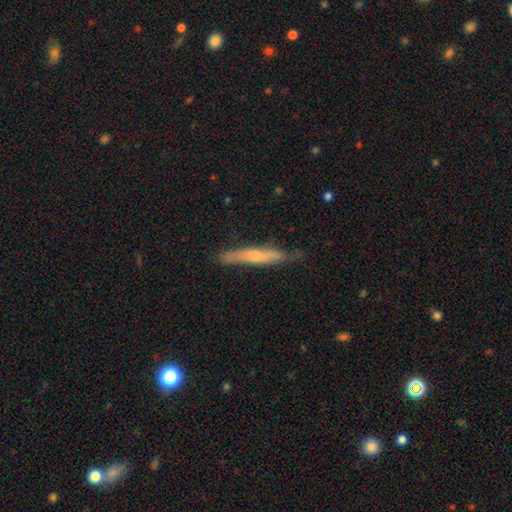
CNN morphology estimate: A featured or disk galaxy (49%). Merging: none (79%).